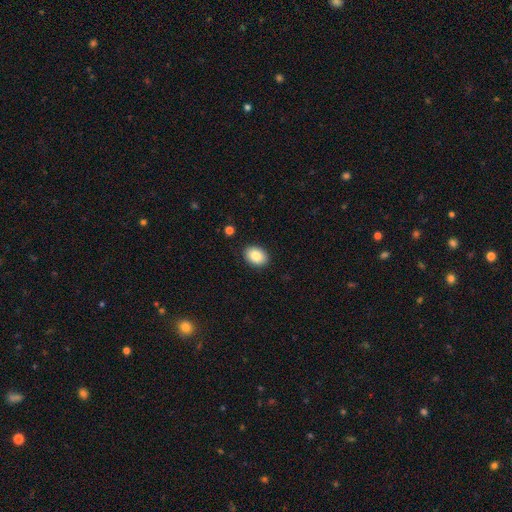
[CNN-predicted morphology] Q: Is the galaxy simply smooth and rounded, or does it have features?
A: smooth — 86%.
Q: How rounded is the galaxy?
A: in between — 79%.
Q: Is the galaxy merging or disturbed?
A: none — 90%.